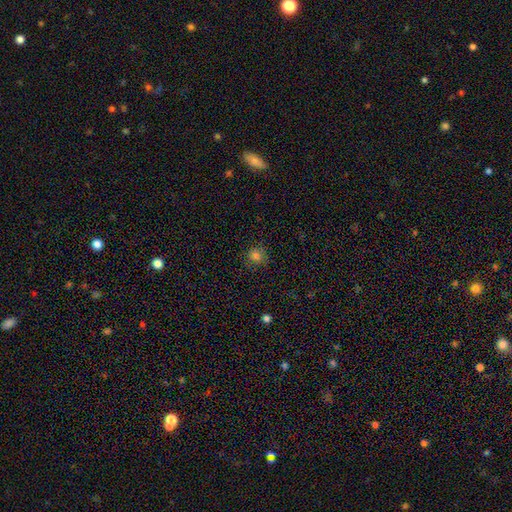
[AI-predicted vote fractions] Q: Smooth or featured?
A: smooth (79%); runner-up: star or artifact (16%)
Q: How rounded?
A: round (86%); runner-up: in between (13%)
Q: Merging?
A: none (84%); runner-up: minor disturbance (11%)